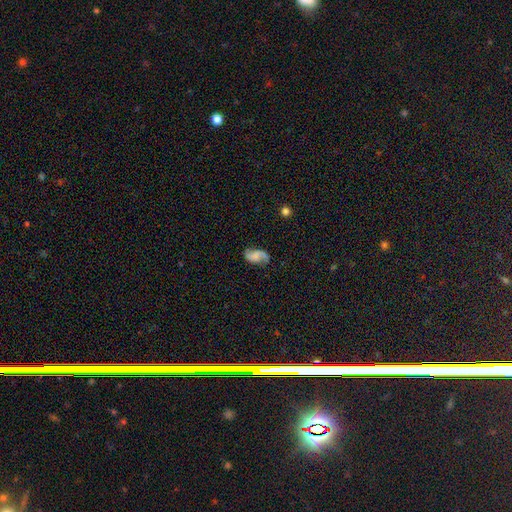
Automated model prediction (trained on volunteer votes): Smooth or featured: featured or disk — 76% (smooth — 17%)
Edge-on disk: no — 98% (yes — 2%)
Bar: no — 56% (weak — 35%)
Spiral arms: yes — 95% (no — 5%)
Spiral winding: loose — 57% (medium — 33%)
Spiral arm count: 2 — 91% (1 — 3%)
Bulge size: none — 58% (small — 19%)
Merging: none — 74% (minor disturbance — 17%)